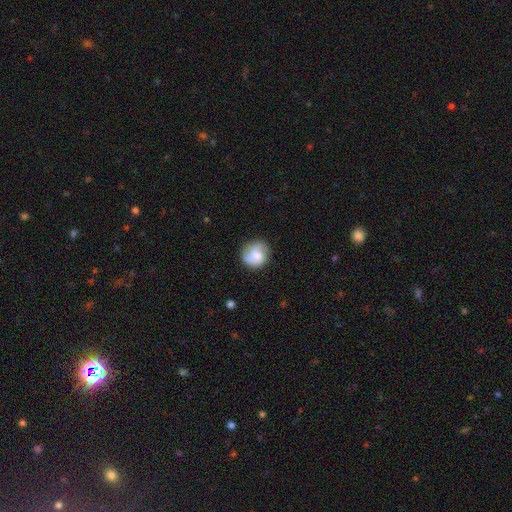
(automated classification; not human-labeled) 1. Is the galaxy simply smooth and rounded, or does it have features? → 53% smooth, 39% featured or disk, 8% star or artifact.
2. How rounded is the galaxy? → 86% round, 14% in between, 1% cigar-shaped.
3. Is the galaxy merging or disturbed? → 72% none, 18% minor disturbance, 7% major disturbance, 3% merger.